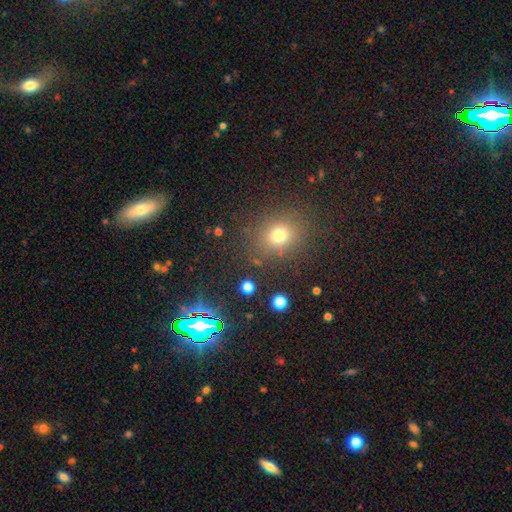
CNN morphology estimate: A smooth galaxy with no disk features (54%) that is round (79%). Merging: none (87%).